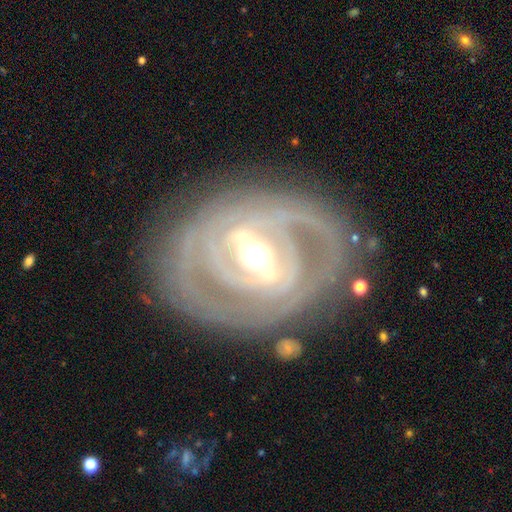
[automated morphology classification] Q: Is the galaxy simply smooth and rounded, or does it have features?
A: featured or disk — 88%.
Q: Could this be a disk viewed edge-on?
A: no — 94%.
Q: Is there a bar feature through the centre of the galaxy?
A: strong — 60%.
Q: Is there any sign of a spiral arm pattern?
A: yes — 86%.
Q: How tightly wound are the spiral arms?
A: tight — 69%.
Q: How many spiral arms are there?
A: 2 — 41%.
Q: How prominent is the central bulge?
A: moderate — 69%.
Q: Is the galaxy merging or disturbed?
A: none — 76%.